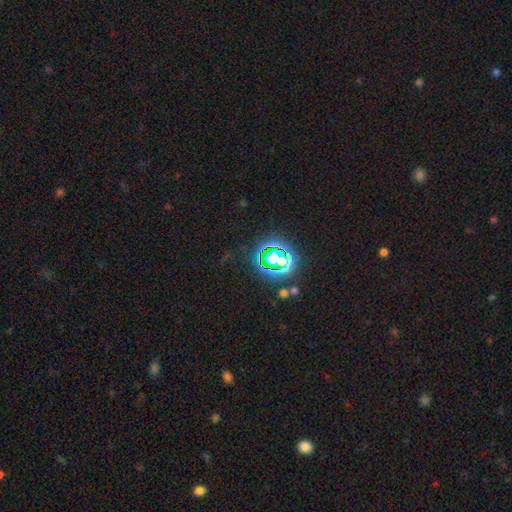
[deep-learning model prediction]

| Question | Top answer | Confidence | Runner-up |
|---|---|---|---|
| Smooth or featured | star or artifact | 74% | smooth (19%) |